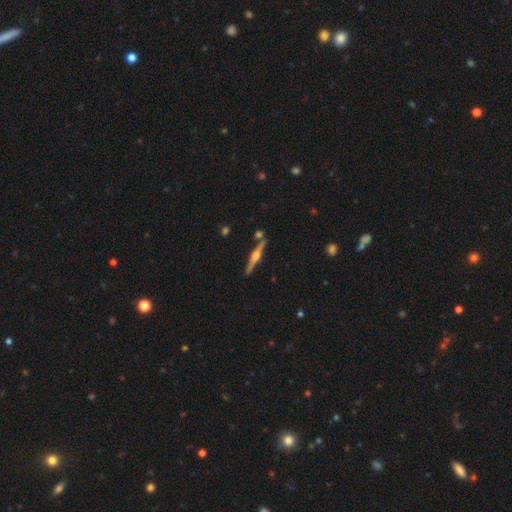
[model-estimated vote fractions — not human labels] This appears to be a featured or disk galaxy (82%) viewed edge-on (98%) with a rounded central bulge (91%). Merging: none (86%).